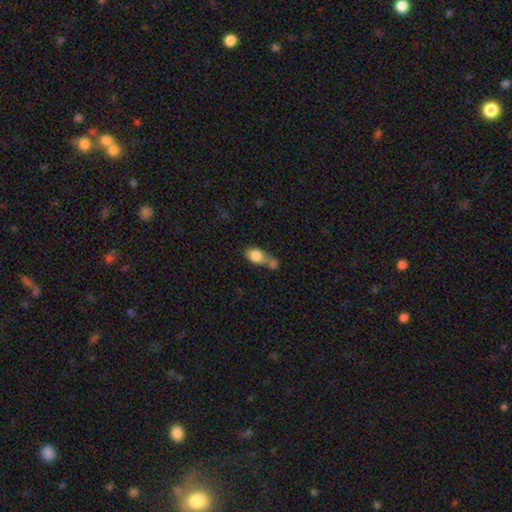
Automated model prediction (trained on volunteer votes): smooth_or_featured: smooth (p=0.78) [alt: featured or disk p=0.14]
how_rounded: in between (p=0.66) [alt: round p=0.30]
merging: merger (p=0.57) [alt: none p=0.21]